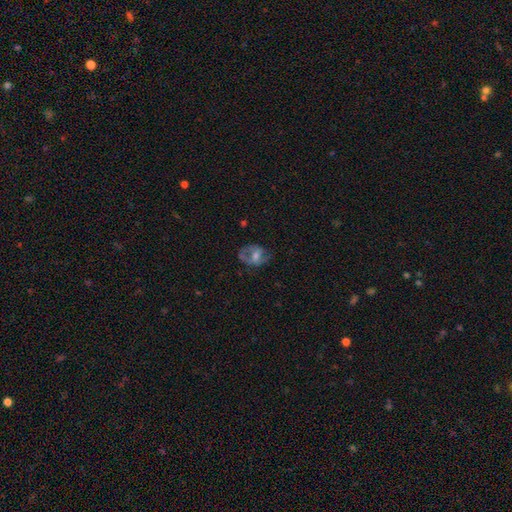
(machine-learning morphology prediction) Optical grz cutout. It shows a featured or disk galaxy (57%) with no bar (55%), spiral arms (57%) and a moderate central bulge (52%). Merging: none (54%).